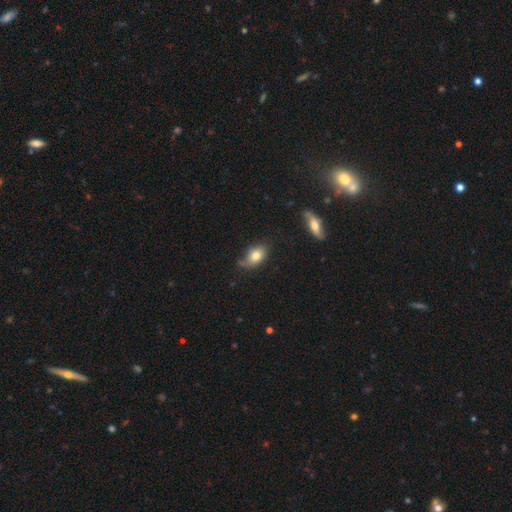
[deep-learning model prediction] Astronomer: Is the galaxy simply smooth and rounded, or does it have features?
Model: smooth — 79%.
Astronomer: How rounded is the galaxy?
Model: in between — 81%.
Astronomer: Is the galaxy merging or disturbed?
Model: none — 52% (runner-up: minor disturbance, 32%).